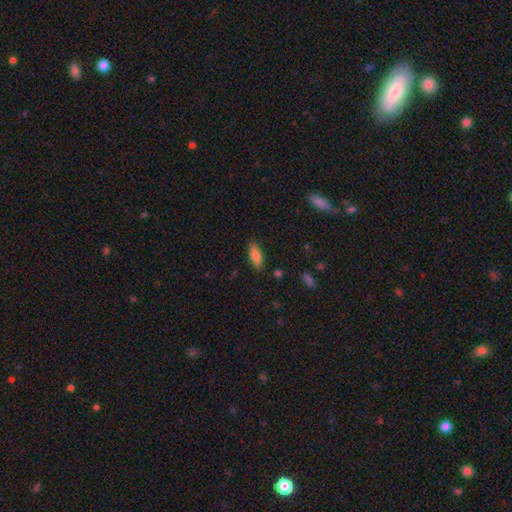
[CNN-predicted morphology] Smooth or featured?
  - smooth: 83% *
  - featured or disk: 10%
  - star or artifact: 7%
How rounded?
  - in between: 71% *
  - cigar-shaped: 27%
  - round: 2%
Merging?
  - none: 84% *
  - minor disturbance: 12%
  - major disturbance: 2%
  - merger: 2%